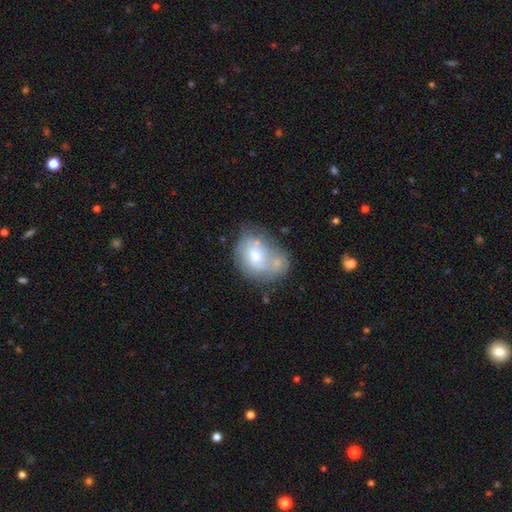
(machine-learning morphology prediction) Smooth or featured? Predicted: featured or disk (p=0.46, tied with smooth). Merging? Predicted: merger (p=0.35).